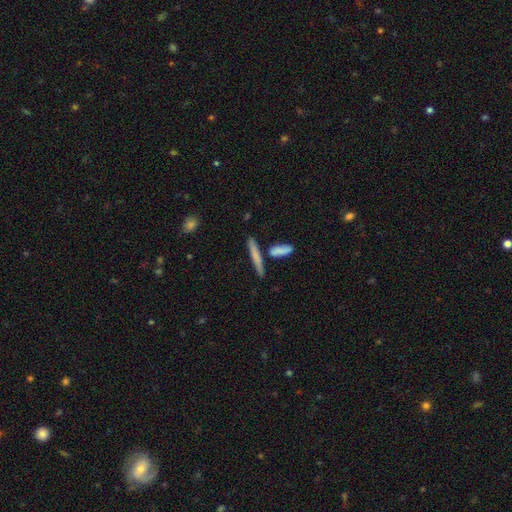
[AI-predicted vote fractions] Smooth or featured?
  - smooth: 64% *
  - featured or disk: 28%
  - star or artifact: 7%
How rounded?
  - cigar-shaped: 92% *
  - in between: 6%
  - round: 2%
Merging?
  - none: 72% *
  - merger: 13%
  - minor disturbance: 12%
  - major disturbance: 3%